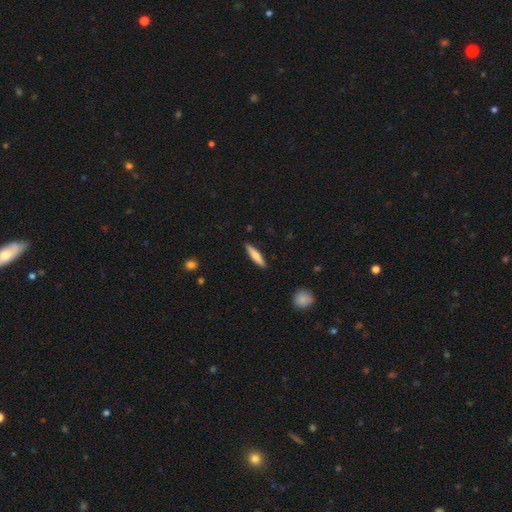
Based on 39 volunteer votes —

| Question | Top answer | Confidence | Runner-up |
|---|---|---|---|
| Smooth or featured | smooth | 67% | featured or disk (28%) |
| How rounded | cigar-shaped | 88% | in between (8%) |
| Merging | none | 95% | minor disturbance (3%) |